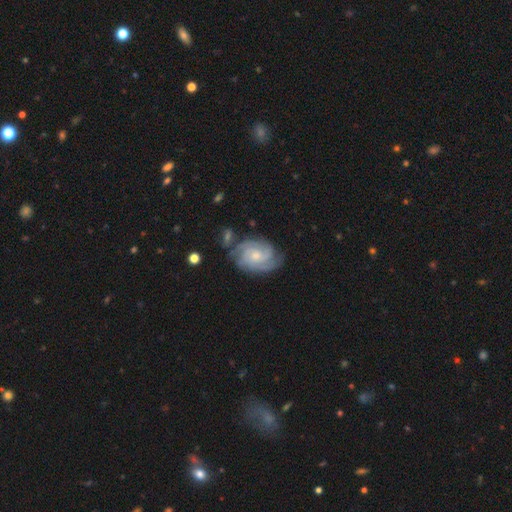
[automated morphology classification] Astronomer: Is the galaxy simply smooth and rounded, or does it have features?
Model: featured or disk — 86%.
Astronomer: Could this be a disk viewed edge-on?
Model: no — 97%.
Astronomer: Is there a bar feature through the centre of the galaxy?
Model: no — 66%.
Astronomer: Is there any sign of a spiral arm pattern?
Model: yes — 97%.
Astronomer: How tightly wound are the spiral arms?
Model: tight — 67%.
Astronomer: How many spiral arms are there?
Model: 3 — 34% (runner-up: 2, 22%).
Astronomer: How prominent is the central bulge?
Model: small — 53% (runner-up: moderate, 41%).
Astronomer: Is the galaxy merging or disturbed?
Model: none — 71%.